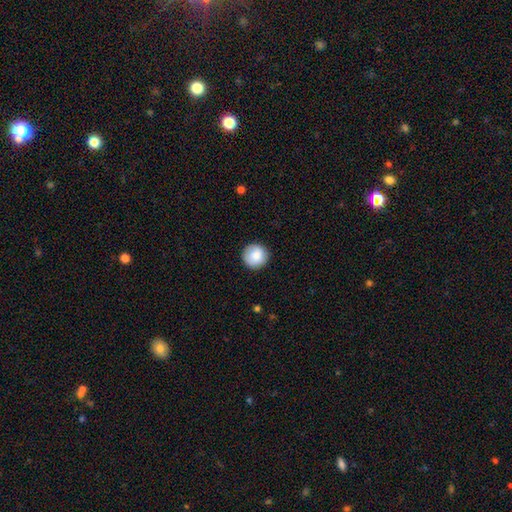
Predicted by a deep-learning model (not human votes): Smooth or featured: smooth — 87% (star or artifact — 7%)
How rounded: round — 96% (in between — 3%)
Merging: none — 90% (minor disturbance — 7%)